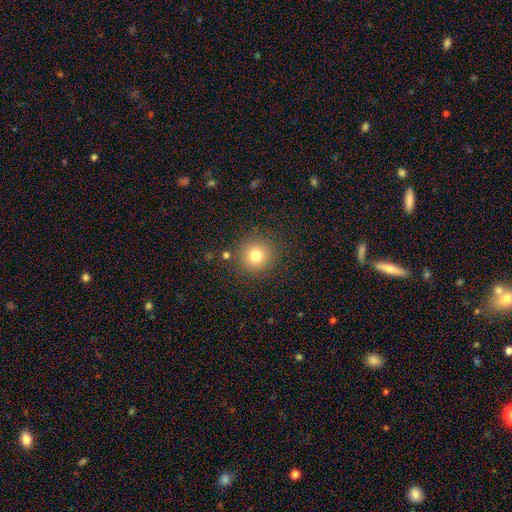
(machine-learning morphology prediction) Q: Smooth or featured?
A: smooth (78%); runner-up: star or artifact (13%)
Q: How rounded?
A: round (93%); runner-up: in between (6%)
Q: Merging?
A: none (86%); runner-up: minor disturbance (8%)